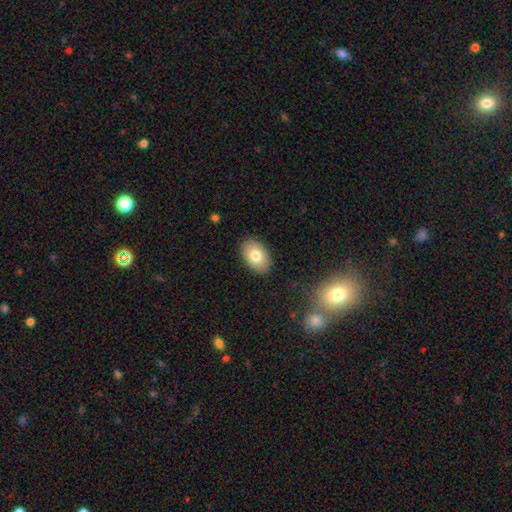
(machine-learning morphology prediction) A smooth galaxy with no disk features (78%) that is in between round and cigar-shaped (89%). Merging: none (88%).